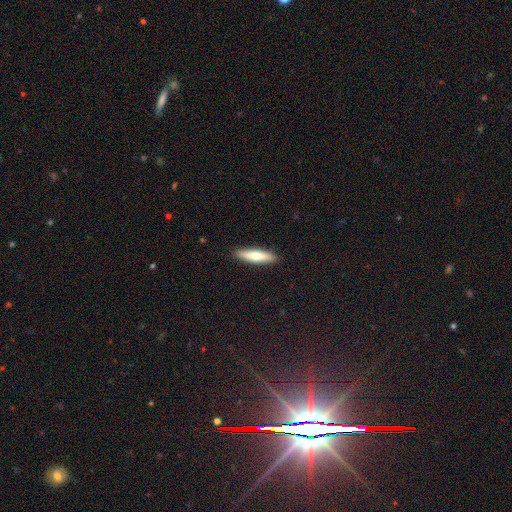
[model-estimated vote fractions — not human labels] Smooth or featured? smooth (67%)
How rounded? cigar-shaped (78%)
Merging? none (91%)